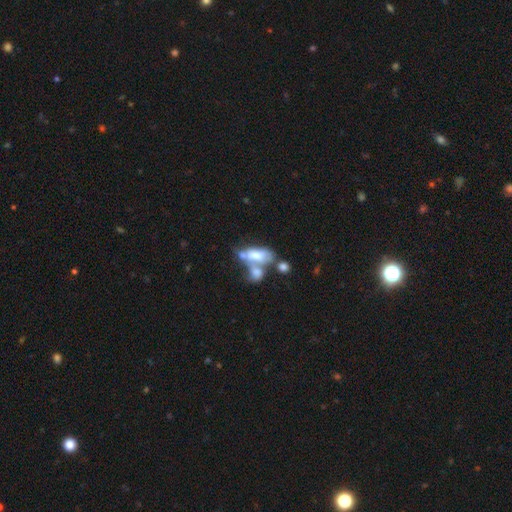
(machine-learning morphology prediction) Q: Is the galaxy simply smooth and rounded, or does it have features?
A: smooth — 51%.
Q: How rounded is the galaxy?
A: in between — 86%.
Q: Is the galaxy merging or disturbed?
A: merger — 61%.